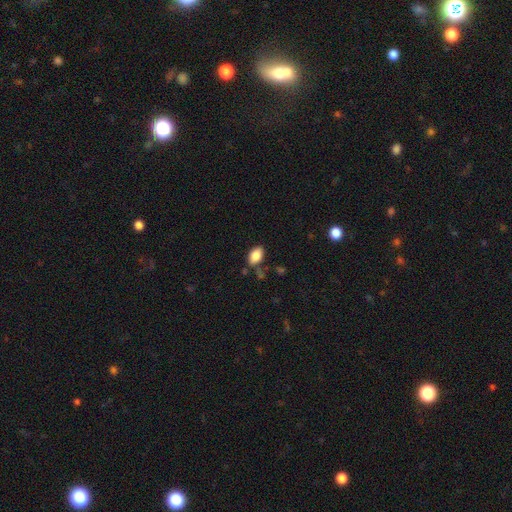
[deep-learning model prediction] smooth_or_featured: smooth (p=0.85) [alt: star or artifact p=0.08]
how_rounded: in between (p=0.90) [alt: round p=0.08]
merging: none (p=0.71) [alt: minor disturbance p=0.17]